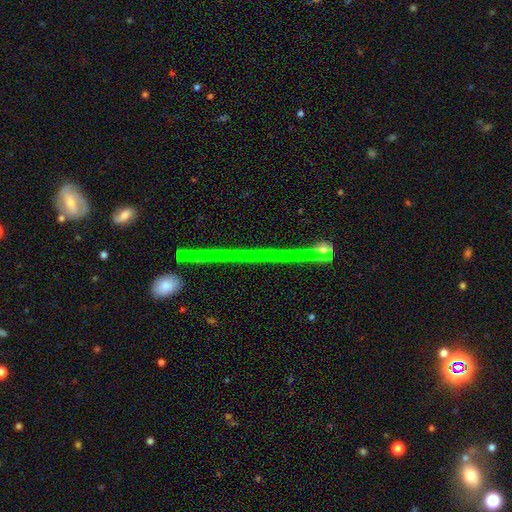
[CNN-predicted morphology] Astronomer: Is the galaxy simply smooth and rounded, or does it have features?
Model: star or artifact — 70%.